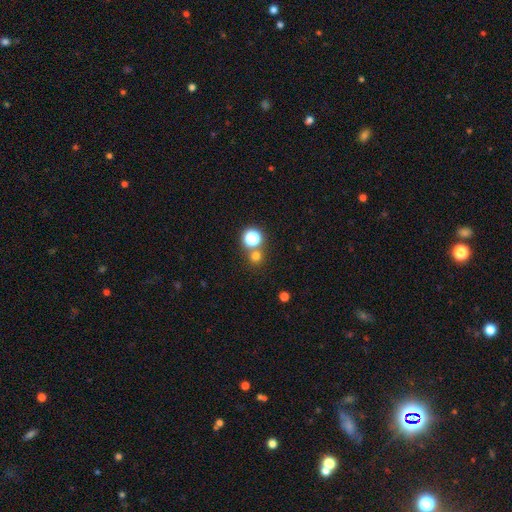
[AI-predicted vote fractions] Smooth or featured? smooth (69%)
How rounded? round (92%)
Merging? none (71%)